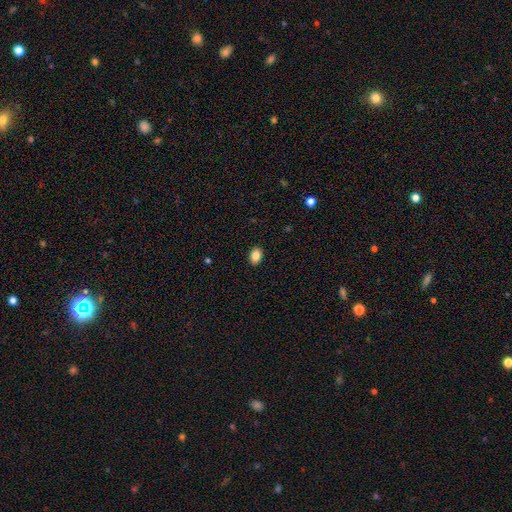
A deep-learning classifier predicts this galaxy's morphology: Smooth or featured? Predicted: smooth (p=0.86). How rounded? Predicted: in between (p=0.79). Merging? Predicted: none (p=0.90).